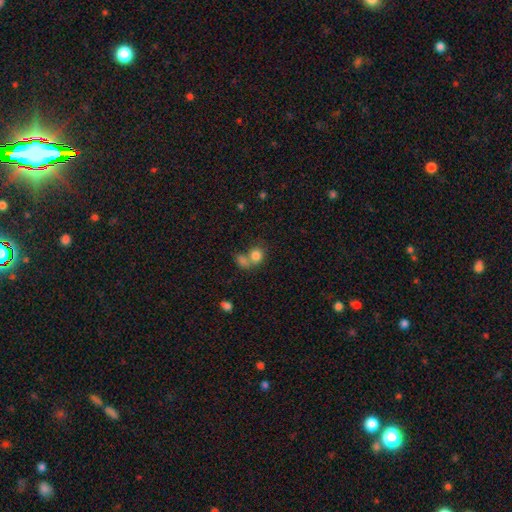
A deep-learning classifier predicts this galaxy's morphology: Overall: smooth (81%). How rounded: round (71%). Merging: merger (48%; none 38%).